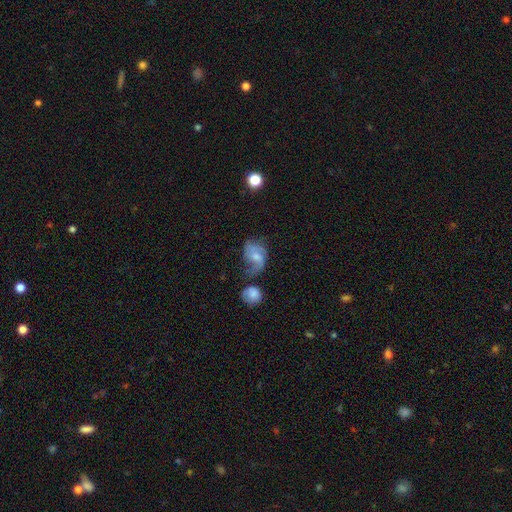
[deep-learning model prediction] Smooth or featured? Predicted: featured or disk (p=0.53). Edge-on disk? Predicted: no (p=0.97). Bar? Predicted: no (p=0.56). Spiral arms? Predicted: yes (p=0.77). Bulge size? Predicted: small (p=0.41). Merging? Predicted: major disturbance (p=0.31).